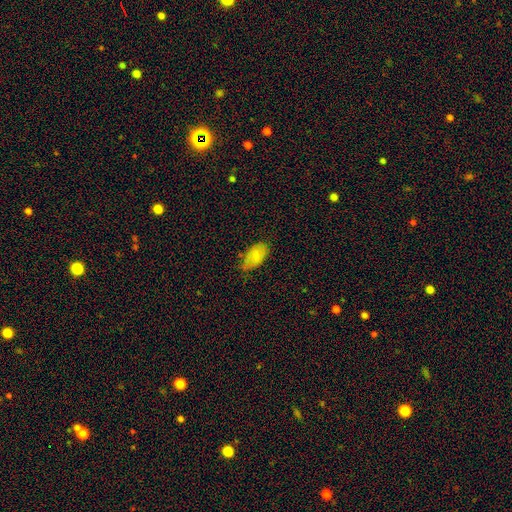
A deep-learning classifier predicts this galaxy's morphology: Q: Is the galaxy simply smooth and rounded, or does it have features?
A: smooth — 77%.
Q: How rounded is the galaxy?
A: in between — 94%.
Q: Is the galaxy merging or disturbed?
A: none — 54%.